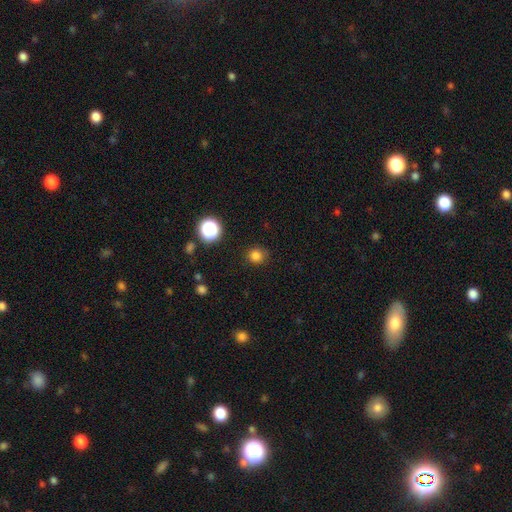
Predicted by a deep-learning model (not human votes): Smooth or featured? Predicted: smooth (p=0.80). How rounded? Predicted: round (p=0.87). Merging? Predicted: none (p=0.83).